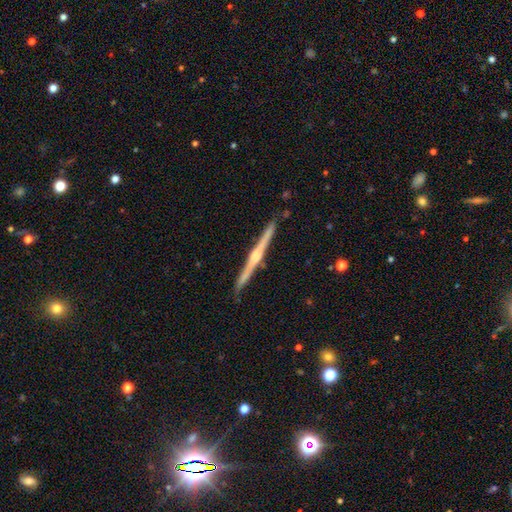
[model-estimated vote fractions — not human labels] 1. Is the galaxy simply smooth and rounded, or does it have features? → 81% featured or disk, 14% smooth, 5% star or artifact.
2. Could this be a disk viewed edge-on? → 99% yes, 1% no.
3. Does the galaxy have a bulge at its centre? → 83% rounded, 10% none, 7% boxy.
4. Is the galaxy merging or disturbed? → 90% none, 7% minor disturbance, 1% merger, 1% major disturbance.